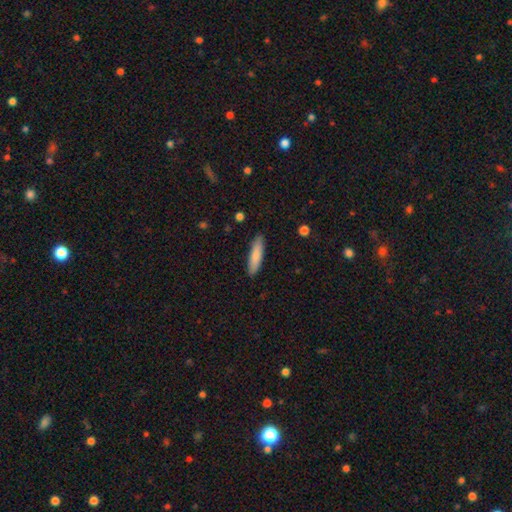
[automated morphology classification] Smooth or featured? Predicted: smooth (p=0.82). How rounded? Predicted: cigar-shaped (p=0.79). Merging? Predicted: none (p=0.89).